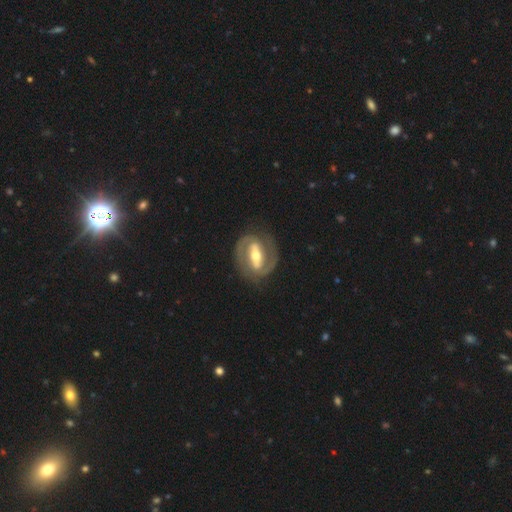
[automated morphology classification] The model was most divided on "spiral winding": medium: 44%, tight: 43%, loose: 13%. More confident: edge-on disk — no (95%); spiral arm count — 2 (89%); spiral arms — yes (89%); smooth or featured — featured or disk (87%); merging — none (81%); bar — strong (68%); bulge size — moderate (64%).